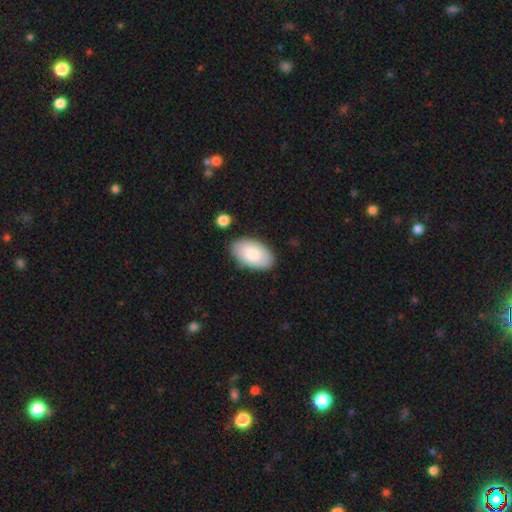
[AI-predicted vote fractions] This appears to be a smooth galaxy with no disk features (85%) that is in between round and cigar-shaped (95%). Merging: none (83%).